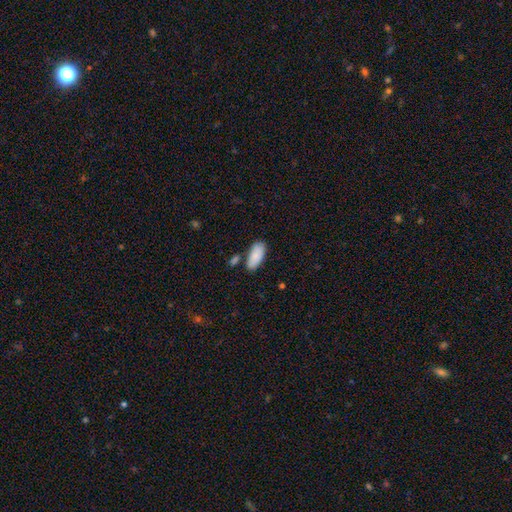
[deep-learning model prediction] Smooth or featured? smooth (88%)
How rounded? in between (87%)
Merging? none (74%)